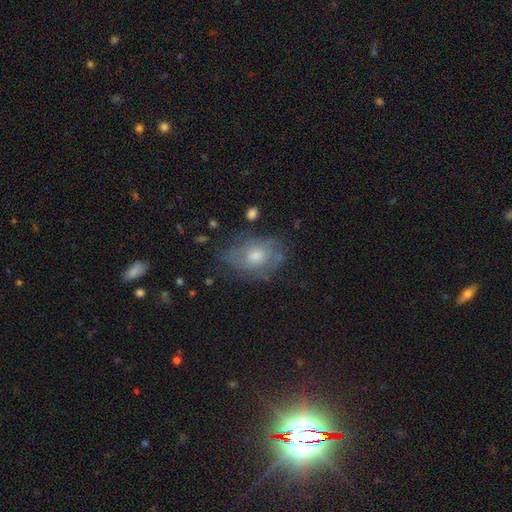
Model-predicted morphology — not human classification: smooth 47%, featured or disk 42%, star or artifact 12%. Down the decision tree: merging — none (62%).